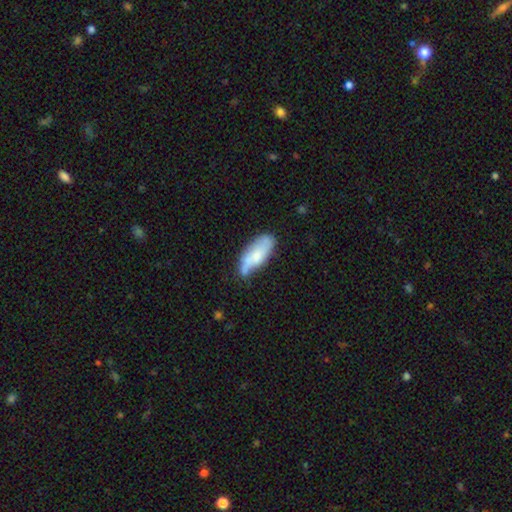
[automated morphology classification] smooth_or_featured: smooth (p=0.59) [alt: featured or disk p=0.35]
how_rounded: in between (p=0.77) [alt: cigar-shaped p=0.21]
merging: none (p=0.48) [alt: minor disturbance p=0.33]